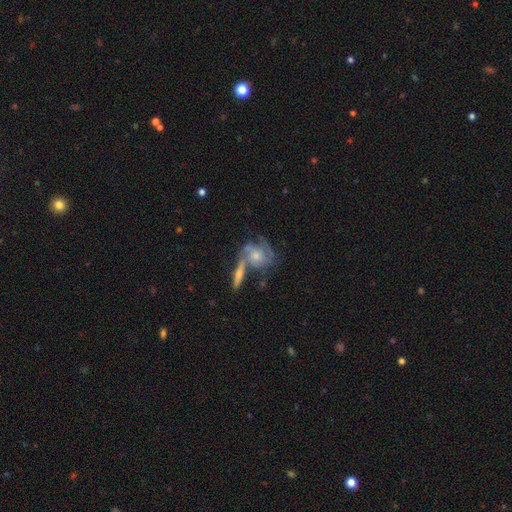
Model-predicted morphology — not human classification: Smooth or featured? featured or disk (76%)
Edge-on disk? no (92%)
Bar? no (71%)
Spiral arms? yes (89%)
Spiral winding? tight (45%)
Spiral arm count? can't tell (29%, tied with 2)
Bulge size? moderate (54%)
Merging? none (44%)